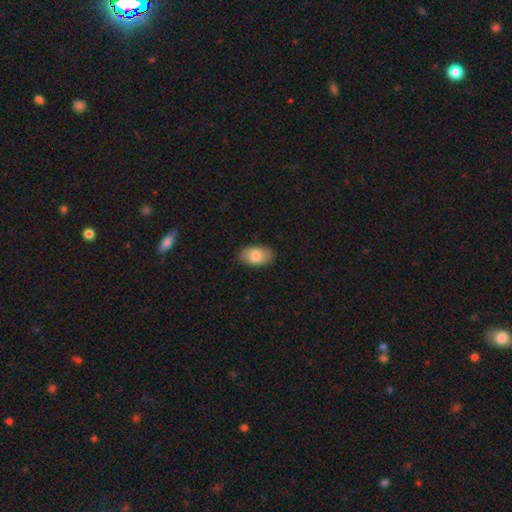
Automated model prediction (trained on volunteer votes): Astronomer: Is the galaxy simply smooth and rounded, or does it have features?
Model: smooth — 84%.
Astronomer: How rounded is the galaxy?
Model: in between — 93%.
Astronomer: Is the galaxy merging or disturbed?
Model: none — 84%.